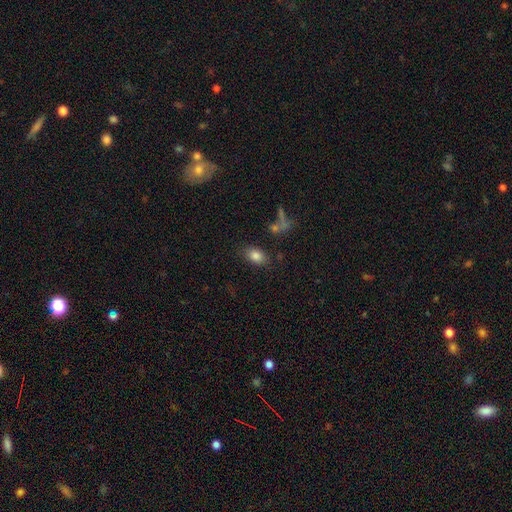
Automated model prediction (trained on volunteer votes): A smooth galaxy with no disk features (83%) that is in between round and cigar-shaped (83%). Merging: none (78%).